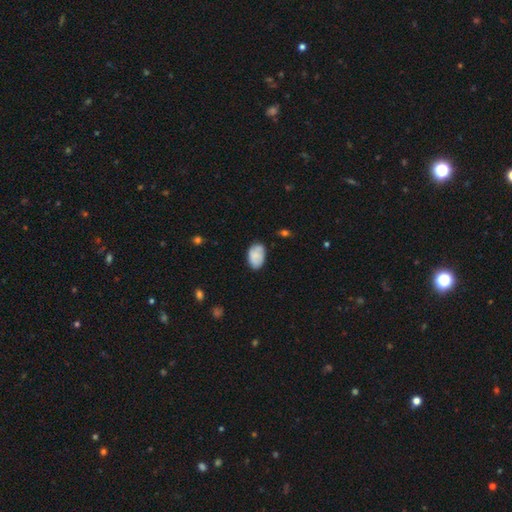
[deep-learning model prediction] Smooth or featured: smooth — 79% (featured or disk — 14%)
How rounded: in between — 89% (round — 9%)
Merging: none — 69% (minor disturbance — 25%)